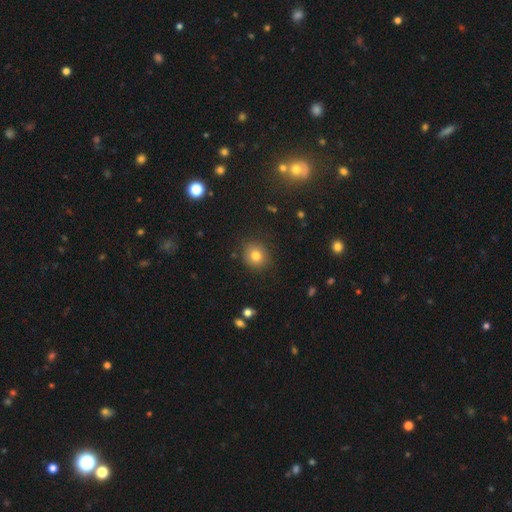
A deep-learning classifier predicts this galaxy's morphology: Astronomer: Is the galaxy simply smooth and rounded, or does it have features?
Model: smooth — 80%.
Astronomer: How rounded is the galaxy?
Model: round — 86%.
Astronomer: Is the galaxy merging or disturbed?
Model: none — 88%.